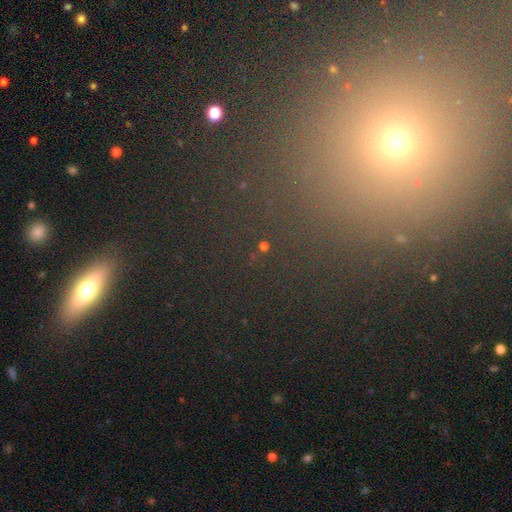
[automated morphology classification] Smooth or featured?
  - star or artifact: 43% *
  - smooth: 42%
  - featured or disk: 15%